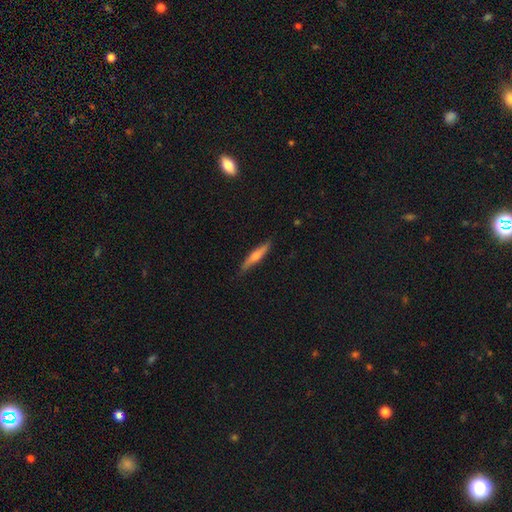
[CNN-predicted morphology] Overall: featured or disk (51%; smooth 43%). Edge-on disk: yes (94%). Merging: none (85%).